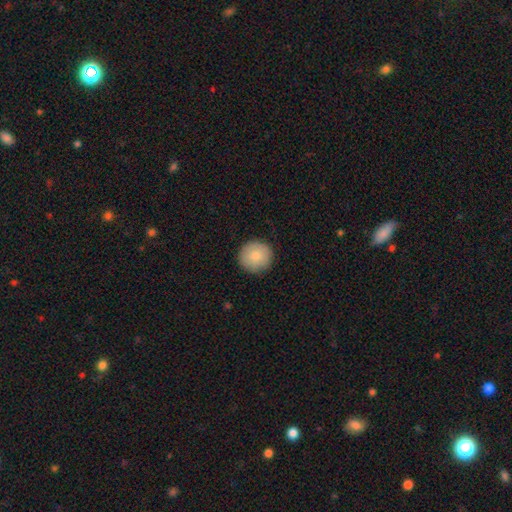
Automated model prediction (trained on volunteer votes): Smooth or featured? smooth (84%)
How rounded? round (93%)
Merging? none (89%)